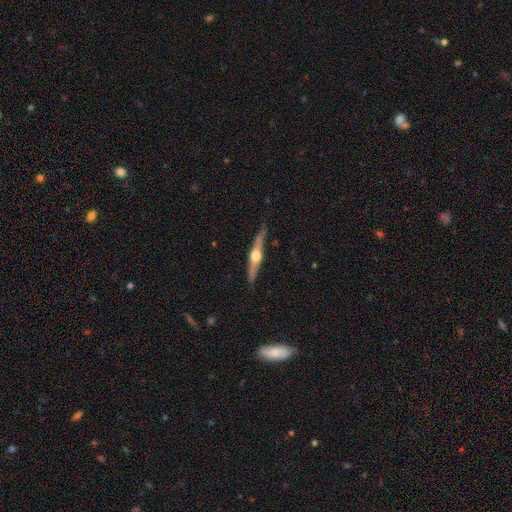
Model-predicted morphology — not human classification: type=featured or disk (75%); edge-on=yes (97%); edge-on bulge=rounded (95%); merging=none (86%).